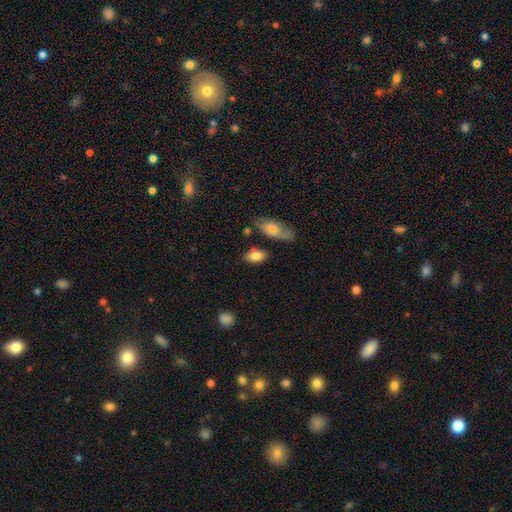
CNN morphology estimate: smooth 84%, featured or disk 8%, star or artifact 7%. Down the decision tree: how rounded — in between (89%); merging — none (75%).